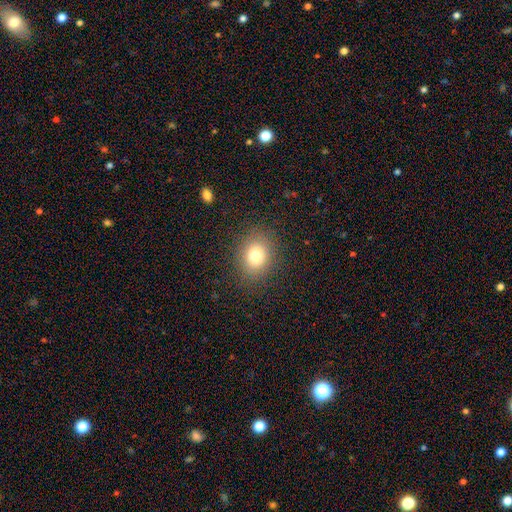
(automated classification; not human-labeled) Overall: smooth (76%). How rounded: round (61%; in between 38%). Merging: none (86%).